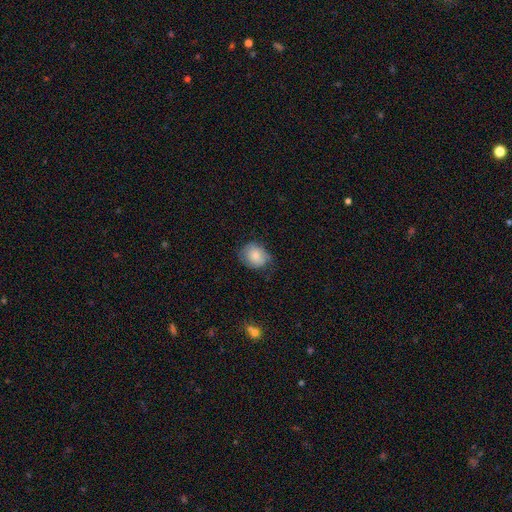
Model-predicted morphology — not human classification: type=smooth (76%); roundness=round (60%); merging=none (59%).